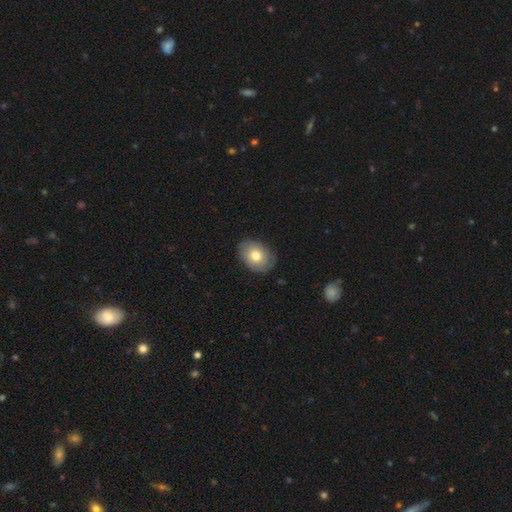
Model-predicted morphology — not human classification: This is likely a smooth galaxy (73%). How rounded: likely in between (68%). Merging: clearly none (80%).